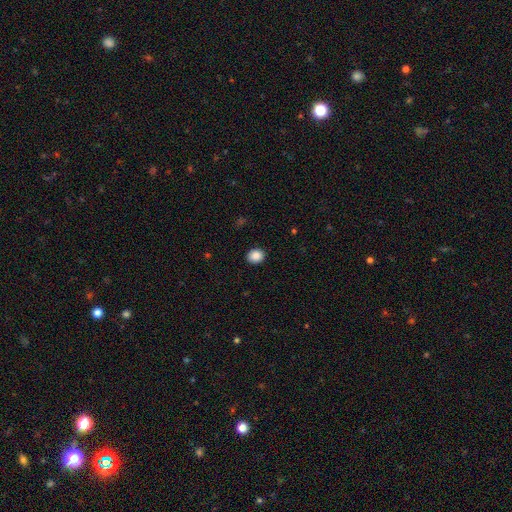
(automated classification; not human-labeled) A smooth galaxy with no disk features (88%) that is round (65%). Merging: none (91%).